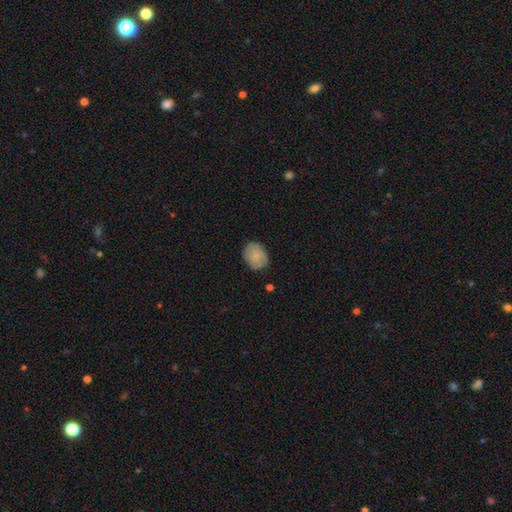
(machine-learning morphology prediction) The model was most divided on "how rounded": in between: 58%, round: 41%, cigar-shaped: 1%. More confident: smooth or featured — smooth (78%); merging — none (74%).